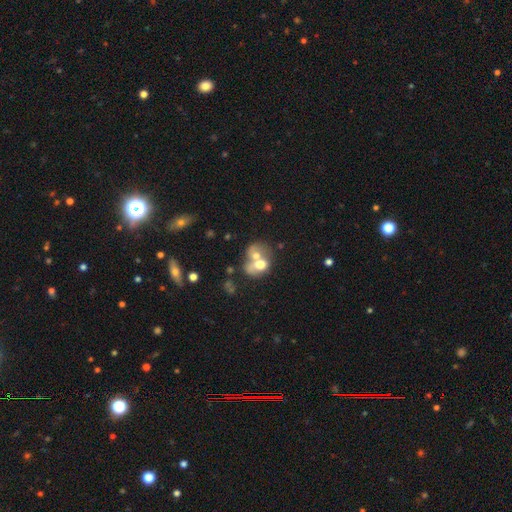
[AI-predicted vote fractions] smooth 57%, featured or disk 32%, star or artifact 11%. Down the decision tree: how rounded — round (50%); merging — merger (73%).